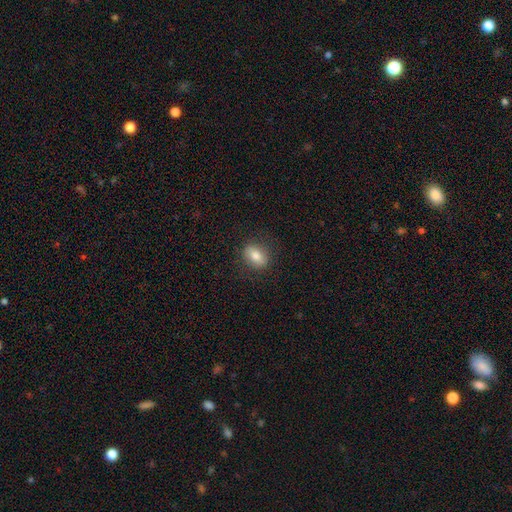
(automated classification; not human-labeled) smooth-or-featured: smooth: 76% | featured or disk: 15% | star or artifact: 9%
  how-rounded: in between: 69% | round: 28% | cigar-shaped: 2%
  merging: none: 85% | minor disturbance: 11% | major disturbance: 3% | merger: 1%